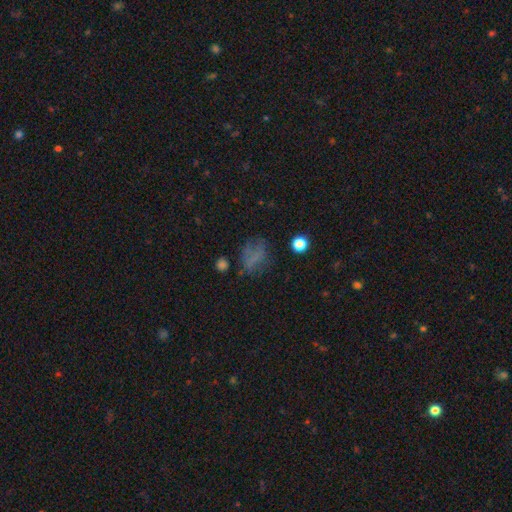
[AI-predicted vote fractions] Overall: smooth (55%; star or artifact 23%). How rounded: in between (57%; round 40%). Merging: none (51%; minor disturbance 23%).